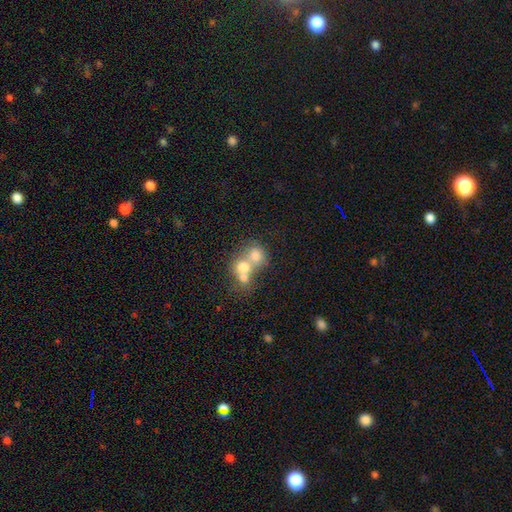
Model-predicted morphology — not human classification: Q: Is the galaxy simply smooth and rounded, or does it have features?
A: smooth — 66%.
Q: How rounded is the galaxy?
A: round — 68%.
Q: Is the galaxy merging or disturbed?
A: merger — 67%.